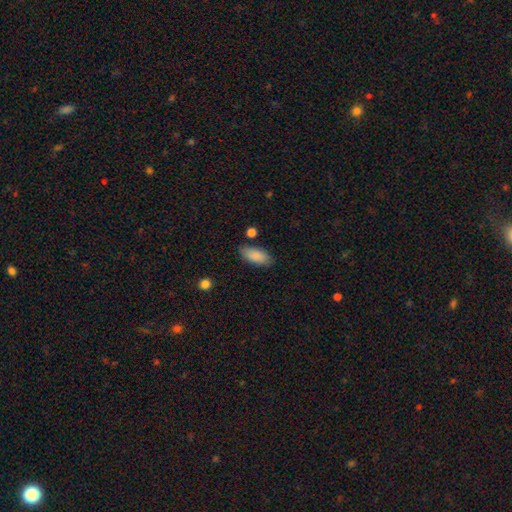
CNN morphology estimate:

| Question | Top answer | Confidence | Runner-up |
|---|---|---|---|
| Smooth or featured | smooth | 88% | star or artifact (6%) |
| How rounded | in between | 87% | cigar-shaped (11%) |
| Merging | none | 81% | minor disturbance (13%) |